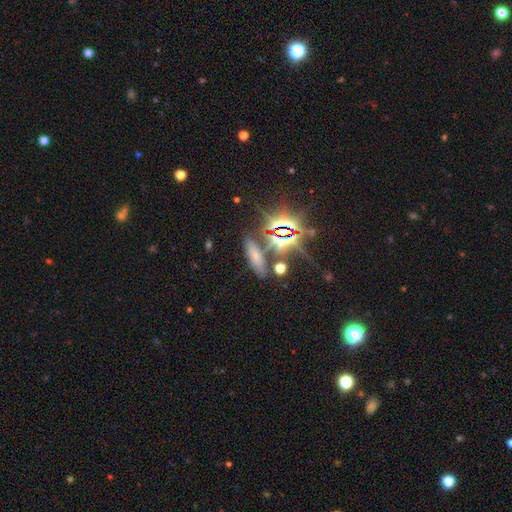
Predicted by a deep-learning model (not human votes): smooth 47%, star or artifact 37%, featured or disk 16%. Down the decision tree: merging — none (72%).